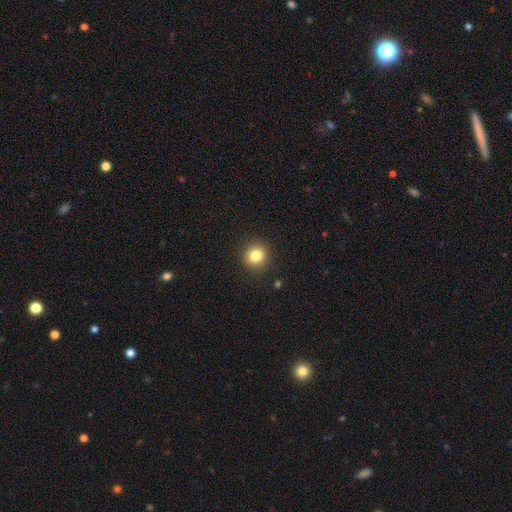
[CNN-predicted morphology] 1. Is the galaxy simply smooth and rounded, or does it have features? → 83% smooth, 11% star or artifact, 6% featured or disk.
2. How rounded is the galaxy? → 88% round, 11% in between, 1% cigar-shaped.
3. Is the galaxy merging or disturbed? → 91% none, 6% minor disturbance, 2% major disturbance, 1% merger.